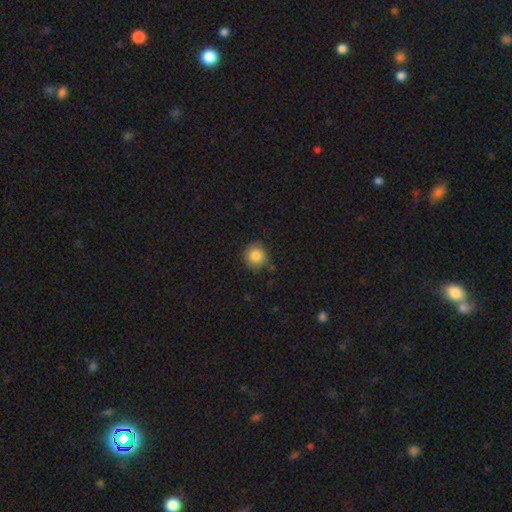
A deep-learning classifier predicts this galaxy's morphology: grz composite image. It shows a smooth galaxy with no disk features (85%) that is round (90%). Merging: none (82%).